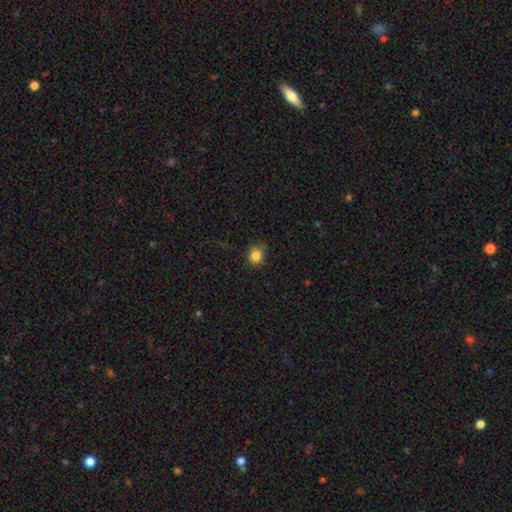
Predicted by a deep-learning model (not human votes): This appears to be a smooth galaxy with no disk features (84%) that is round (68%). Merging: none (80%).